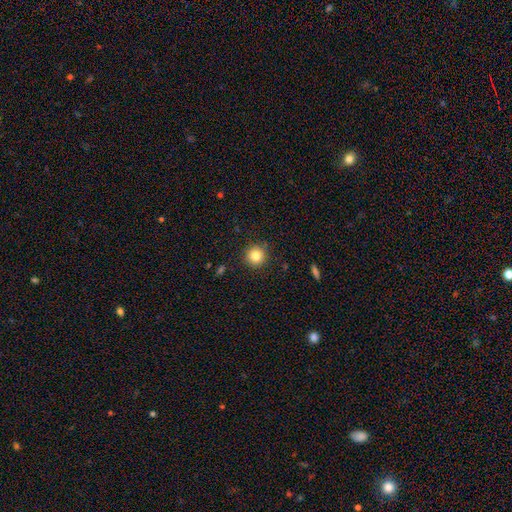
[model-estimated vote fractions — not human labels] Q: Smooth or featured?
A: smooth (83%); runner-up: star or artifact (10%)
Q: How rounded?
A: round (95%); runner-up: in between (4%)
Q: Merging?
A: none (91%); runner-up: minor disturbance (6%)